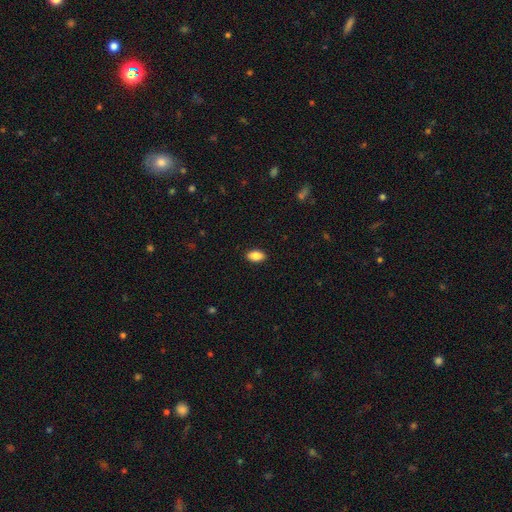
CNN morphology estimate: A smooth galaxy with no disk features (87%) that is in between round and cigar-shaped (92%). Merging: none (90%).